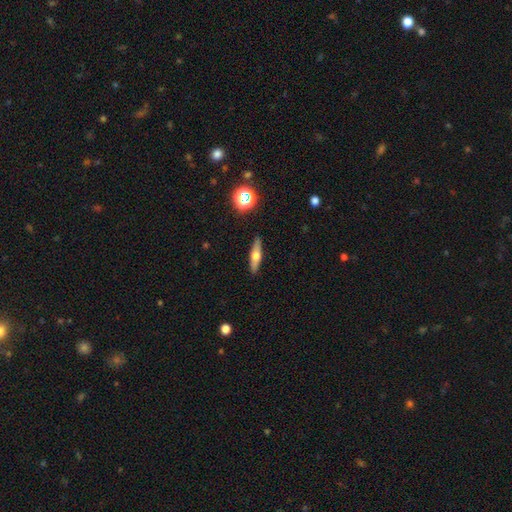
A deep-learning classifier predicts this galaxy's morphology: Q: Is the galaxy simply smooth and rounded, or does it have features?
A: featured or disk — 46%, tied with smooth.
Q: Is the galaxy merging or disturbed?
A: none — 90%.